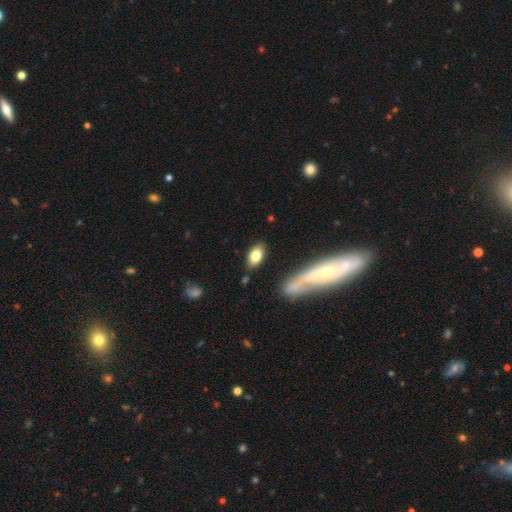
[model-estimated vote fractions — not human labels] smooth_or_featured: smooth (p=0.78) [alt: featured or disk p=0.14]
how_rounded: in between (p=0.91) [alt: round p=0.05]
merging: none (p=0.82) [alt: minor disturbance p=0.11]